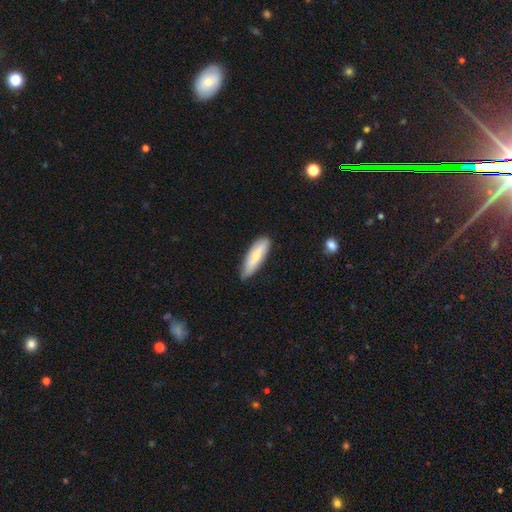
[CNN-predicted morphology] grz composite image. It shows a smooth galaxy with no disk features (61%) that is in between round and cigar-shaped (49%, tied with cigar-shaped). Merging: none (77%).